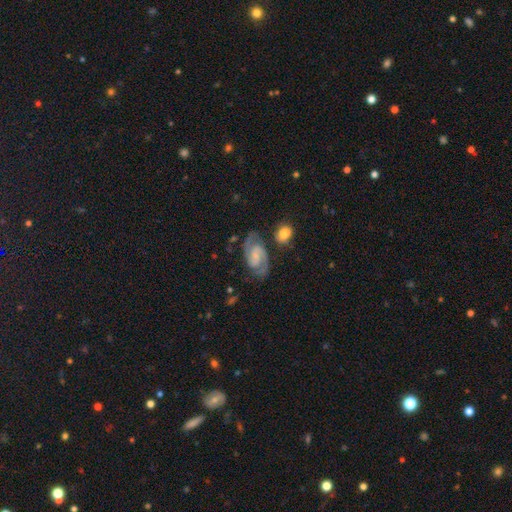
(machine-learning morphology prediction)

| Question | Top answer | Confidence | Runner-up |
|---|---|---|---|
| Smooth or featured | featured or disk | 87% | smooth (7%) |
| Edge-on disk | no | 97% | yes (3%) |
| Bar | no | 44% | weak (43%) |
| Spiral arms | yes | 98% | no (2%) |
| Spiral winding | medium | 56% | tight (32%) |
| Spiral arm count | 2 | 92% | can't tell (3%) |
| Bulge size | small | 63% | moderate (21%) |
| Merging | none | 74% | minor disturbance (15%) |